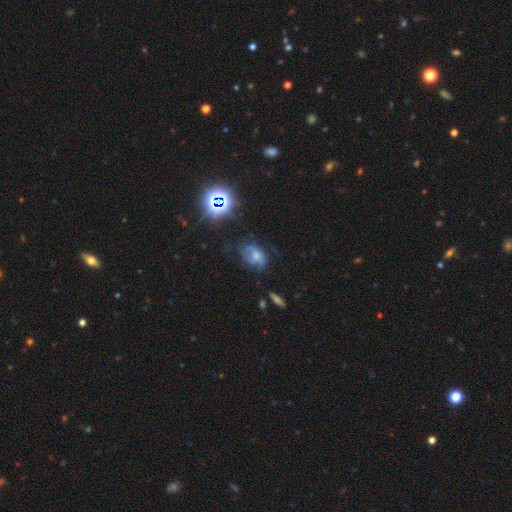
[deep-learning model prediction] Smooth or featured? smooth (43%)
Merging? none (46%)